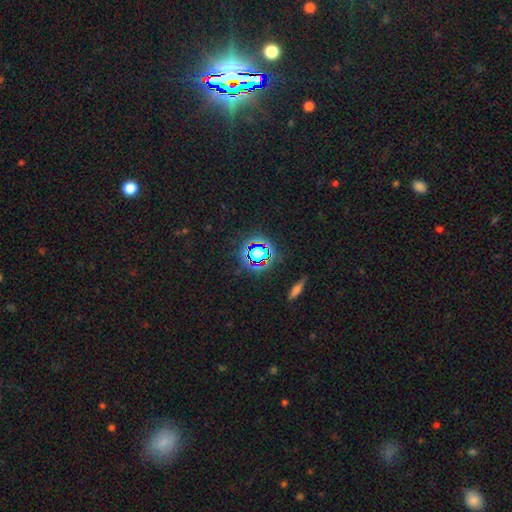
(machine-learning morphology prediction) A star or artifact, not a galaxy (64%).